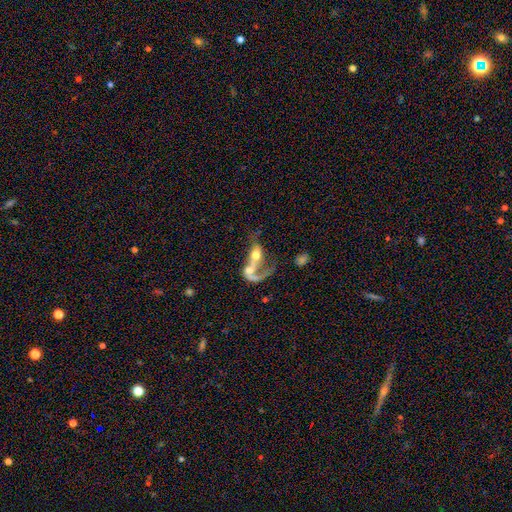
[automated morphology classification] Smooth or featured?
  - featured or disk: 59% *
  - smooth: 32%
  - star or artifact: 9%
Edge-on disk?
  - no: 89% *
  - yes: 11%
Bar?
  - no: 67% *
  - weak: 23%
  - strong: 10%
Spiral arms?
  - yes: 54% *
  - no: 46%
Bulge size?
  - moderate: 52% *
  - large: 19%
  - small: 18%
  - none: 7%
  - dominant: 3%
Merging?
  - merger: 64% *
  - major disturbance: 18%
  - none: 12%
  - minor disturbance: 6%